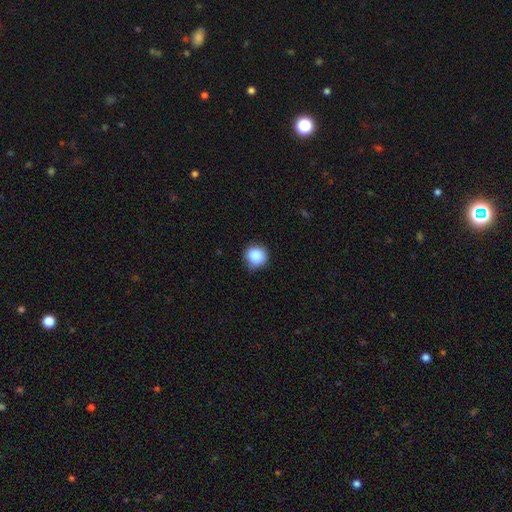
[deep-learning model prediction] The model was most divided on "merging": none: 76%, minor disturbance: 19%, major disturbance: 3%, merger: 1%. More confident: how rounded — round (93%); smooth or featured — smooth (88%).